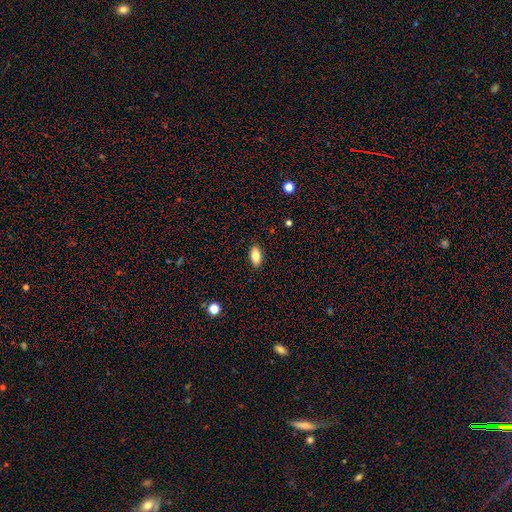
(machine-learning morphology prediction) smooth-or-featured: smooth: 82% | featured or disk: 10% | star or artifact: 8%
  how-rounded: in between: 91% | cigar-shaped: 5% | round: 4%
  merging: none: 89% | minor disturbance: 8% | major disturbance: 2% | merger: 1%